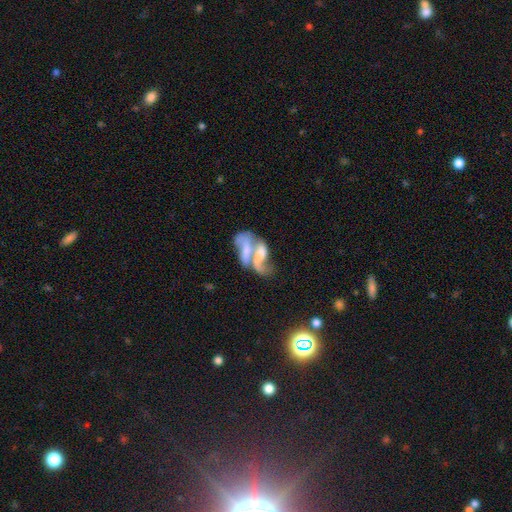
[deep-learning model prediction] The model was most divided on "bulge size": none: 34%, moderate: 30%, small: 26%, large: 8%, dominant: 3%. More confident: edge-on disk — no (92%); merging — merger (67%); smooth or featured — featured or disk (61%); spiral arms — yes (59%); bar — no (51%).